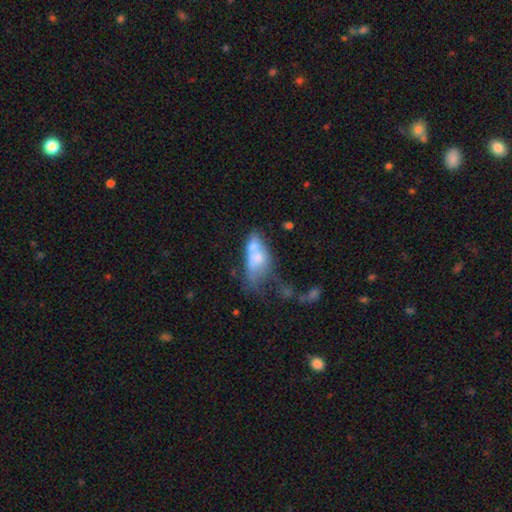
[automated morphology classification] type=smooth (55%); roundness=in between (81%); merging=merger (45%).